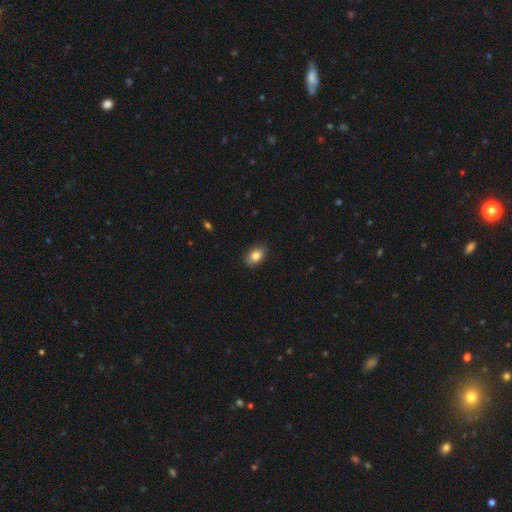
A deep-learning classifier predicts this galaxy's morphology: Smooth or featured: smooth — 83% (featured or disk — 9%)
How rounded: in between — 84% (round — 15%)
Merging: none — 88% (minor disturbance — 9%)